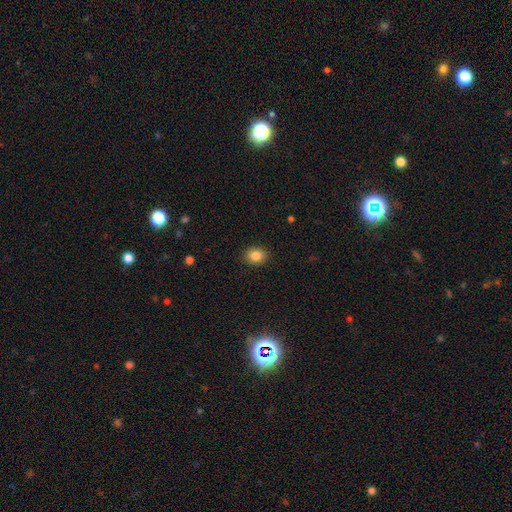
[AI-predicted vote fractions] A smooth galaxy with no disk features (84%) that is round (59%).

Vote fractions:
- Smooth or featured? smooth: 84% / star or artifact: 10% / featured or disk: 6%
- How rounded? round: 59% / in between: 40% / cigar-shaped: 1%
- Merging? none: 90% / minor disturbance: 7% / major disturbance: 2% / merger: 1%